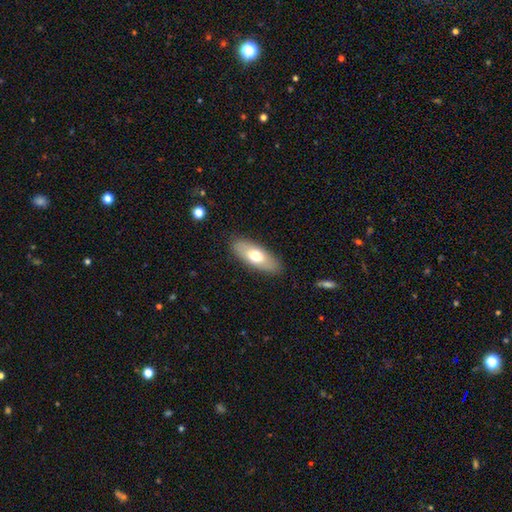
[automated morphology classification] A smooth galaxy with no disk features (63%) that is in between round and cigar-shaped (76%).

Vote fractions:
- Smooth or featured? smooth: 63% / featured or disk: 31% / star or artifact: 6%
- How rounded? in between: 76% / cigar-shaped: 21% / round: 3%
- Merging? none: 87% / minor disturbance: 10% / major disturbance: 2% / merger: 1%